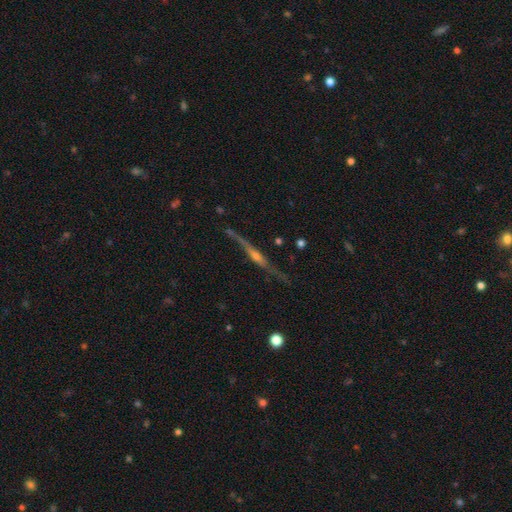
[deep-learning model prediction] featured or disk 78%, smooth 14%, star or artifact 8%. Down the decision tree: edge-on disk — yes (92%); edge-on bulge — rounded (70%); merging — none (71%).